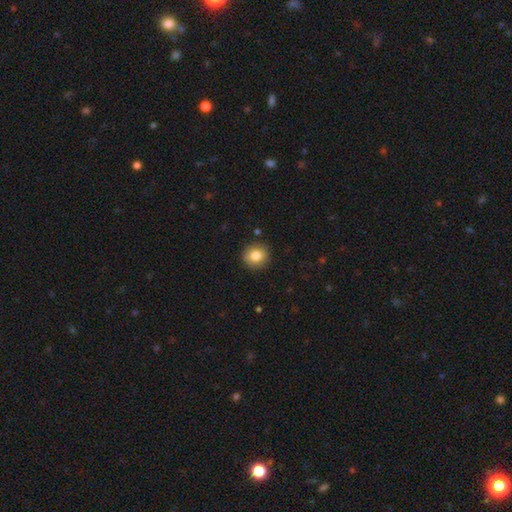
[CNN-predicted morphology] smooth-or-featured: smooth: 83% | star or artifact: 9% | featured or disk: 8%
  how-rounded: round: 89% | in between: 10% | cigar-shaped: 1%
  merging: none: 90% | minor disturbance: 7% | major disturbance: 2% | merger: 1%